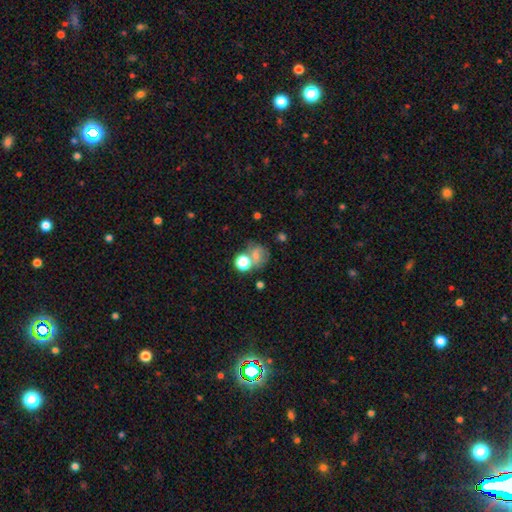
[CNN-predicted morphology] Smooth or featured?
  - smooth: 58% *
  - featured or disk: 24%
  - star or artifact: 19%
How rounded?
  - round: 66% *
  - in between: 33%
  - cigar-shaped: 1%
Merging?
  - none: 42% *
  - merger: 32%
  - minor disturbance: 15%
  - major disturbance: 11%